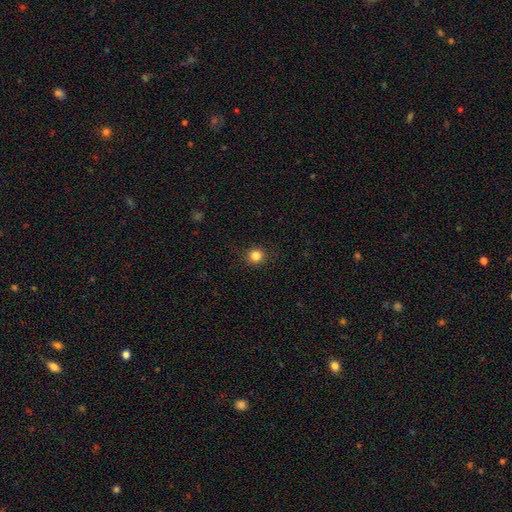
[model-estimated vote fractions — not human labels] Morphology: type=smooth (83%); roundness=round (92%); merging=none (89%).